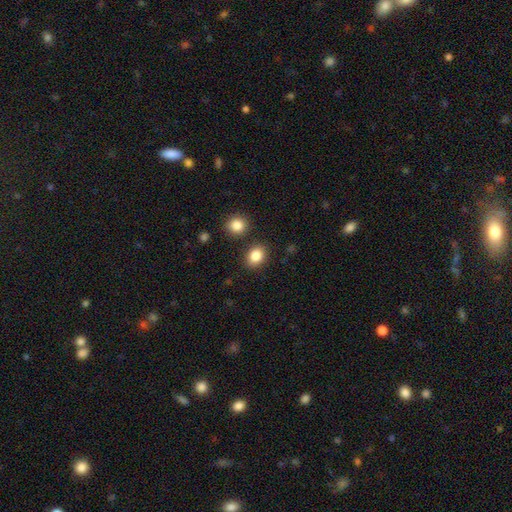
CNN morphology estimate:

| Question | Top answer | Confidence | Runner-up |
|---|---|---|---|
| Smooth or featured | smooth | 86% | star or artifact (9%) |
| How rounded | in between | 58% | round (41%) |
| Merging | none | 83% | minor disturbance (9%) |